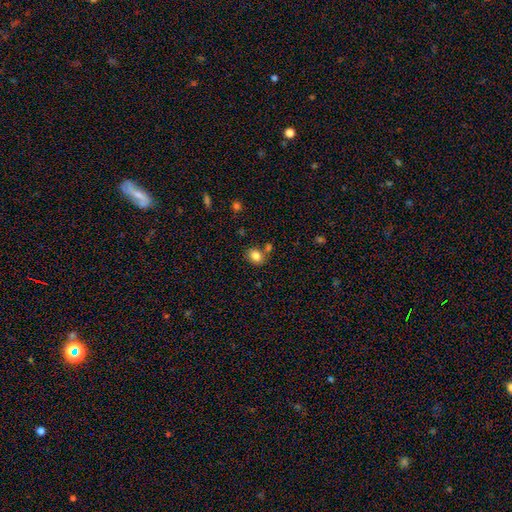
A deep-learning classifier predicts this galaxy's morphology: Overall: smooth (84%). How rounded: in between (51%; round 49%). Merging: none (69%).